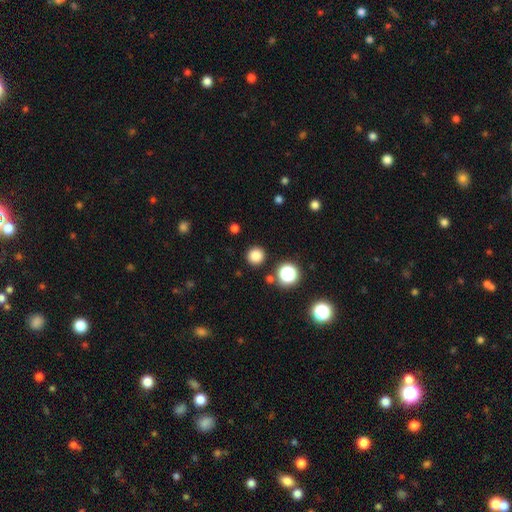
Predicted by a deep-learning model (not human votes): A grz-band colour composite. It shows a smooth galaxy with no disk features (82%) that is round (94%). Merging: none (90%).